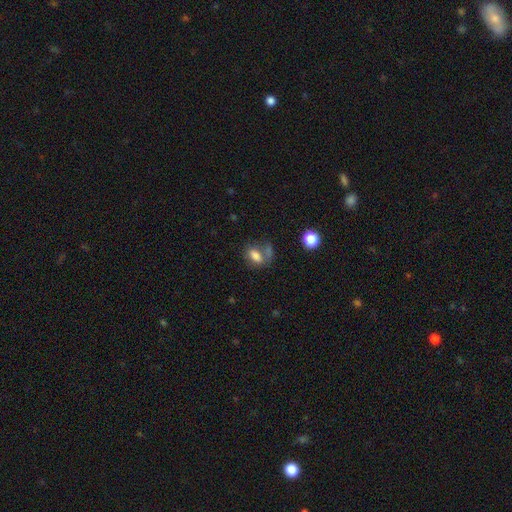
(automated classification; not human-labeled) A smooth galaxy with no disk features (75%) that is in between round and cigar-shaped (81%).

Vote fractions:
- Smooth or featured? smooth: 75% / featured or disk: 13% / star or artifact: 12%
- How rounded? in between: 81% / round: 14% / cigar-shaped: 5%
- Merging? none: 44% / merger: 27% / minor disturbance: 16% / major disturbance: 13%